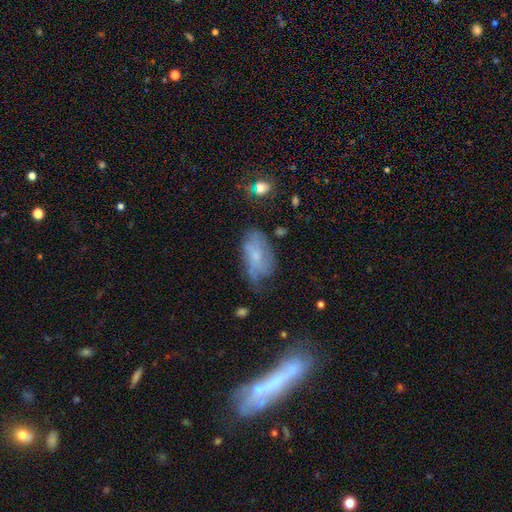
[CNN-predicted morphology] Overall: featured or disk (46%; smooth 44%). Merging: none (42%; minor disturbance 35%).